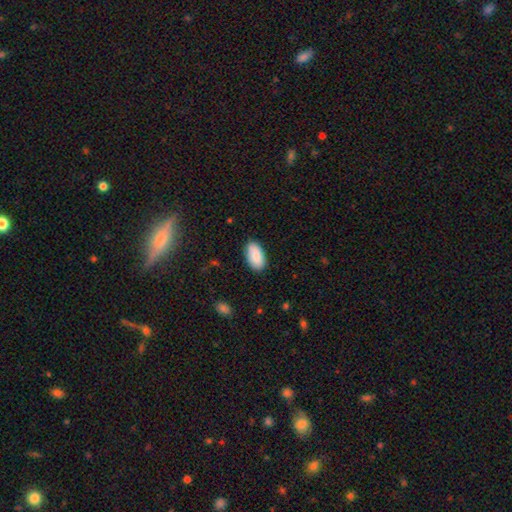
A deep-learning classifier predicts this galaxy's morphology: Smooth or featured?
  - smooth: 85% *
  - featured or disk: 8%
  - star or artifact: 6%
How rounded?
  - in between: 94% *
  - cigar-shaped: 3%
  - round: 3%
Merging?
  - none: 84% *
  - minor disturbance: 12%
  - major disturbance: 2%
  - merger: 1%